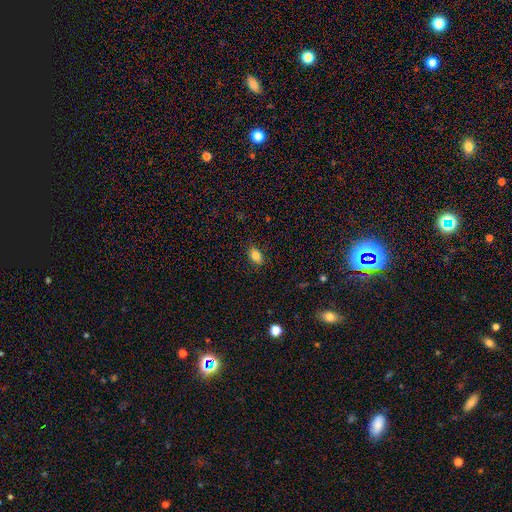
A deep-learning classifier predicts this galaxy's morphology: This appears to be a smooth galaxy with no disk features (84%) that is in between round and cigar-shaped (85%). Merging: none (86%).